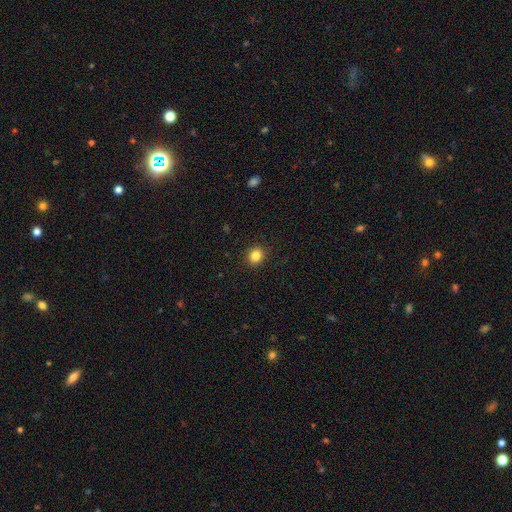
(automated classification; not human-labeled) smooth 84%, star or artifact 11%, featured or disk 5%. Down the decision tree: how rounded — round (78%); merging — none (91%).